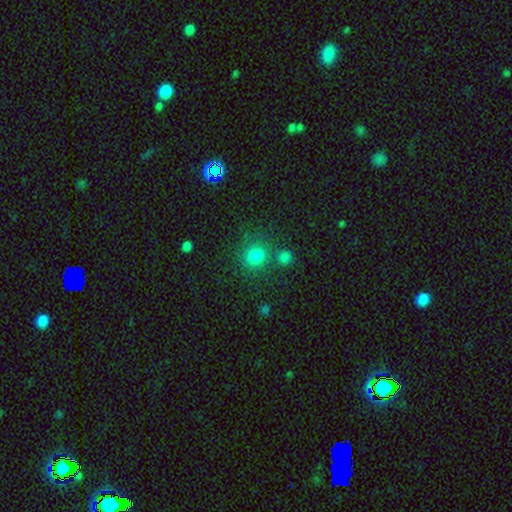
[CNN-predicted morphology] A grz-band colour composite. It shows a smooth galaxy with no disk features (80%) that is round (83%). Merging: none (69%).